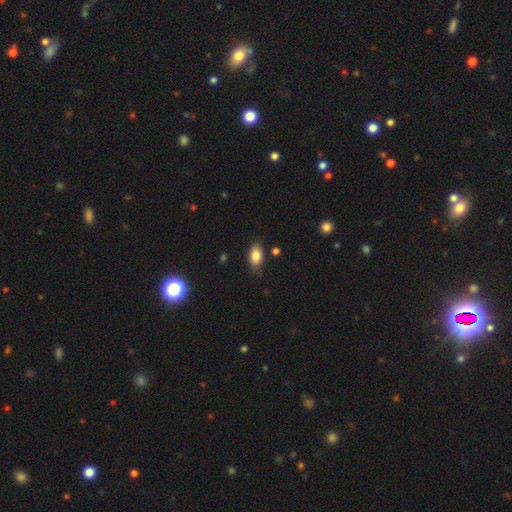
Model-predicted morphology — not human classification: smooth 85%, star or artifact 8%, featured or disk 7%. Down the decision tree: how rounded — in between (89%); merging — none (79%).